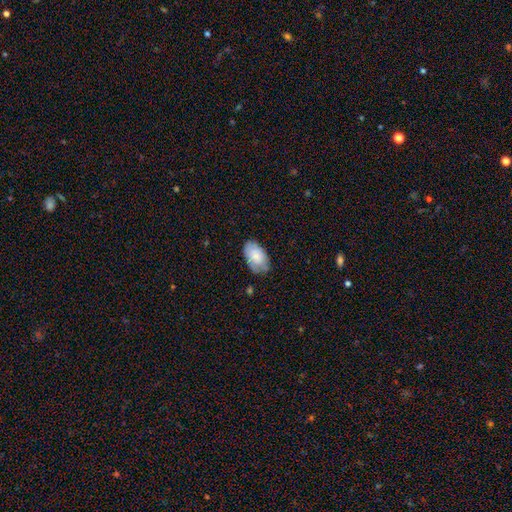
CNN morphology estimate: Overall: smooth (77%). How rounded: in between (94%). Merging: none (68%).